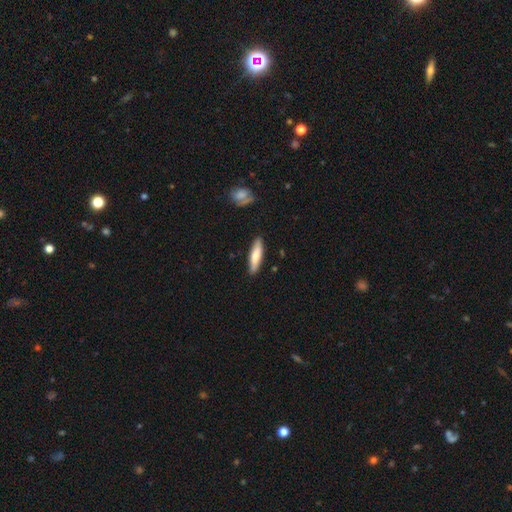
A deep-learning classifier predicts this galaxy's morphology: Smooth or featured?
  - smooth: 71% *
  - featured or disk: 24%
  - star or artifact: 6%
How rounded?
  - cigar-shaped: 72% *
  - in between: 26%
  - round: 2%
Merging?
  - none: 87% *
  - minor disturbance: 10%
  - major disturbance: 2%
  - merger: 2%